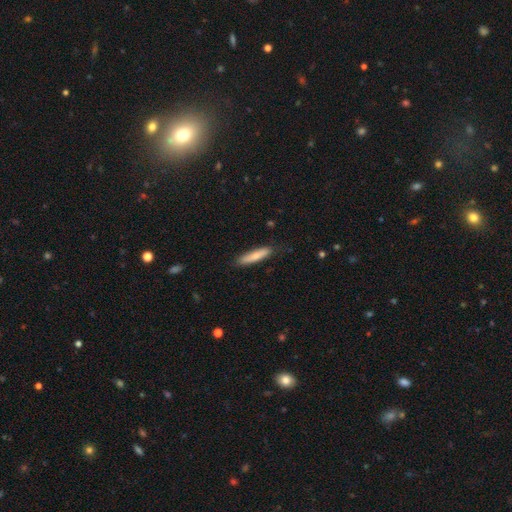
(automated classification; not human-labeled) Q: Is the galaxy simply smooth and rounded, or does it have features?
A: smooth — 76%.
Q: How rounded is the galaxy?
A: cigar-shaped — 84%.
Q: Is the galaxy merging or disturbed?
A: none — 84%.